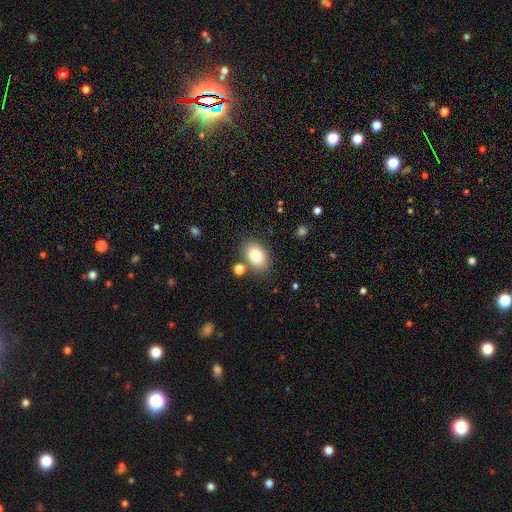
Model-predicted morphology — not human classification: This appears to be a smooth galaxy with no disk features (81%) that is in between round and cigar-shaped (85%). Merging: none (79%).